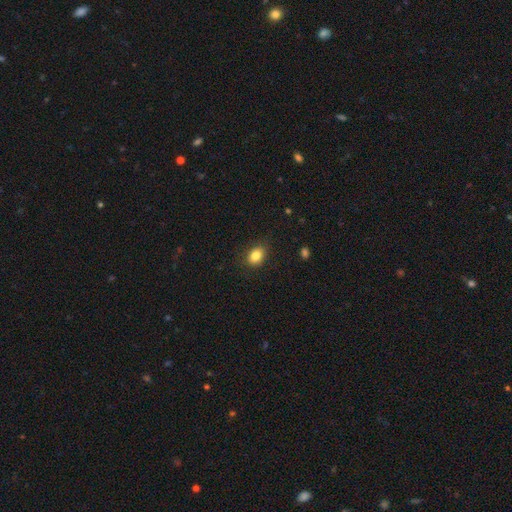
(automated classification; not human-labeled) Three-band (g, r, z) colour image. It shows a smooth galaxy with no disk features (84%) that is in between round and cigar-shaped (74%). Merging: none (84%).